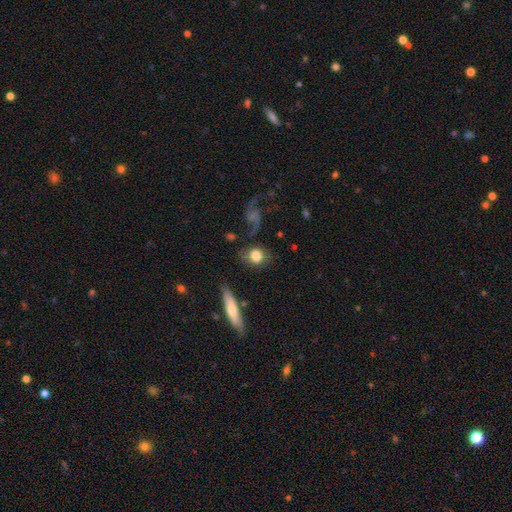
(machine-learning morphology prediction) Smooth or featured? Predicted: smooth (p=0.75). How rounded? Predicted: round (p=0.69). Merging? Predicted: none (p=0.67).